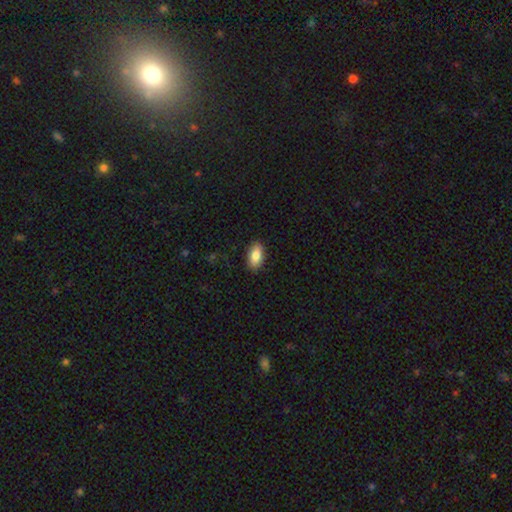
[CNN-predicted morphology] Smooth or featured? smooth (84%)
How rounded? in between (92%)
Merging? none (88%)